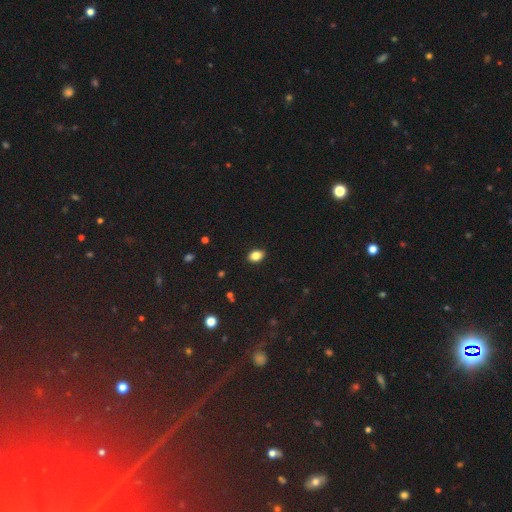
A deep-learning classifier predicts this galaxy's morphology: Overall: smooth (84%). How rounded: in between (79%). Merging: none (89%).